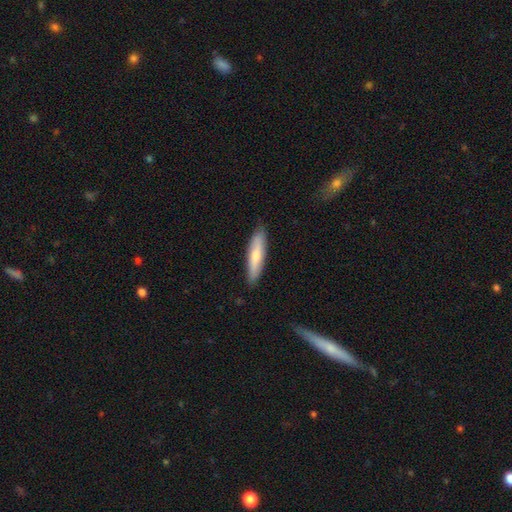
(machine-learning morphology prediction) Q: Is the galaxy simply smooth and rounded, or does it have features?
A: smooth — 64%.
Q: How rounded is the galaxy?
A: cigar-shaped — 80%.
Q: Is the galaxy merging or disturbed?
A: none — 88%.